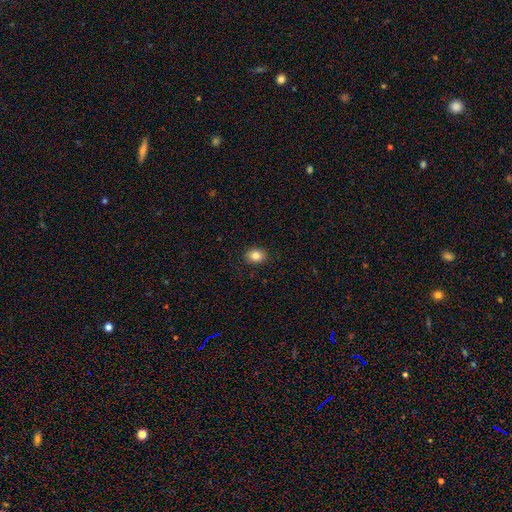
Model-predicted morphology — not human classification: smooth 84%, star or artifact 10%, featured or disk 6%. Down the decision tree: how rounded — in between (59%); merging — none (89%).